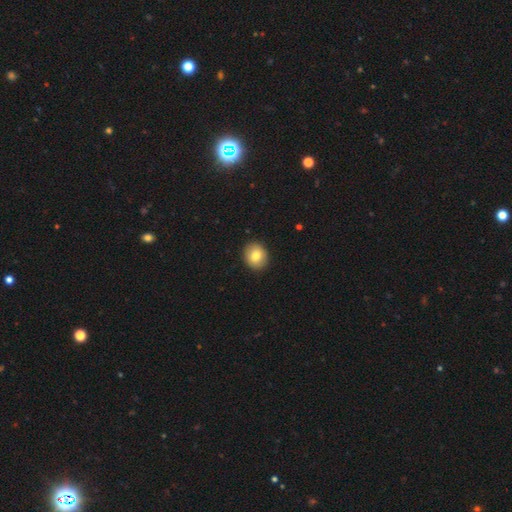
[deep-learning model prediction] This appears to be a smooth galaxy with no disk features (80%) that is round (72%). Merging: none (91%).